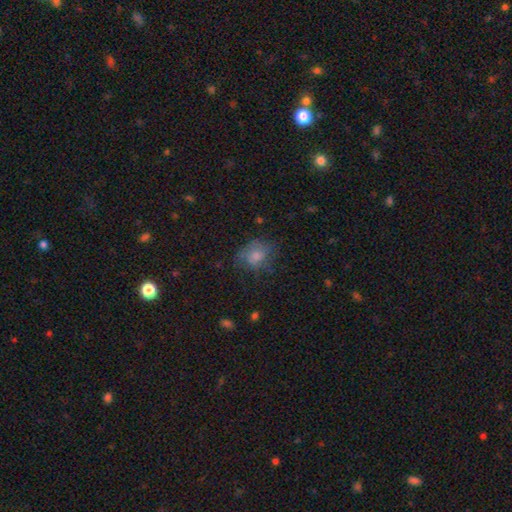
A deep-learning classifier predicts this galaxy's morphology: A smooth galaxy with no disk features (60%) that is in between round and cigar-shaped (50%). Merging: none (60%).